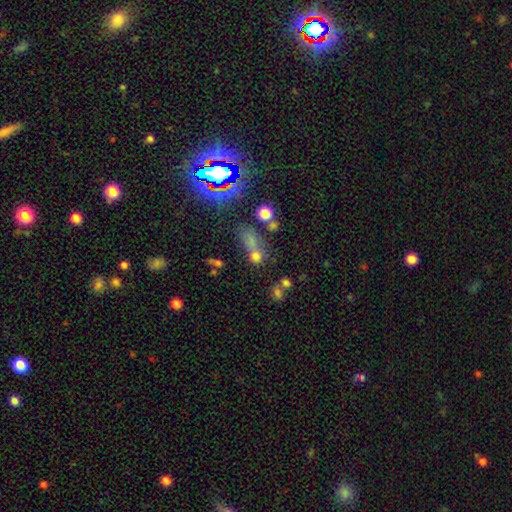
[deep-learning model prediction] Morphology: type=smooth (63%); roundness=round (64%); merging=none (41%).